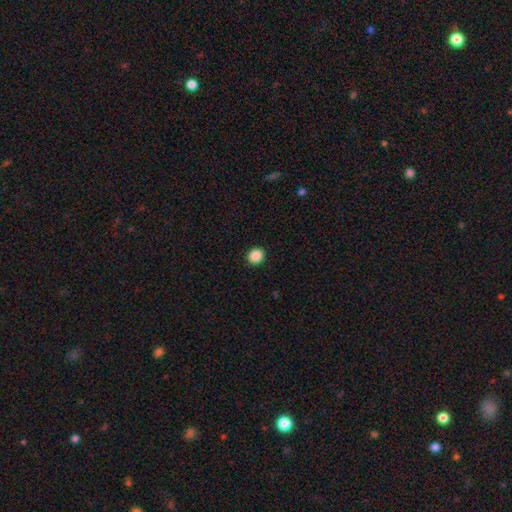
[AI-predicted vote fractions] smooth_or_featured: smooth (p=0.87) [alt: star or artifact p=0.10]
how_rounded: round (p=0.85) [alt: in between p=0.14]
merging: none (p=0.92) [alt: minor disturbance p=0.05]